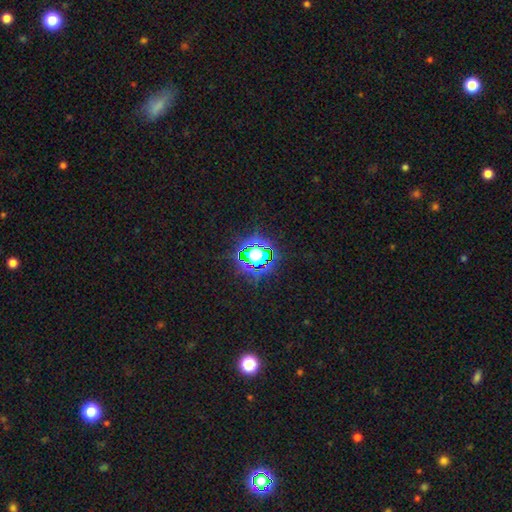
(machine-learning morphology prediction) smooth-or-featured: star or artifact: 69% | smooth: 20% | featured or disk: 11%